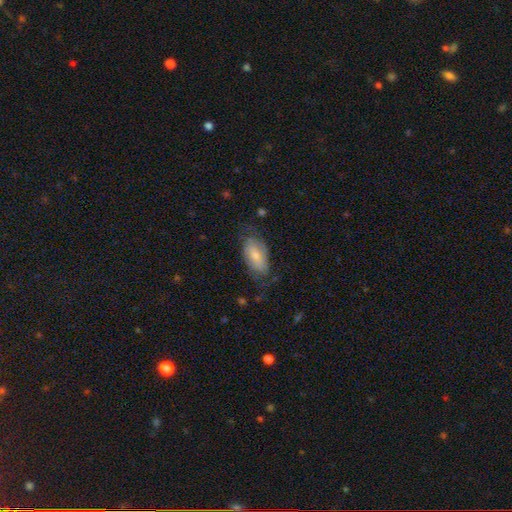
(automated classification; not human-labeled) Overall: smooth (64%; featured or disk 30%). How rounded: in between (91%). Merging: none (60%; minor disturbance 27%).